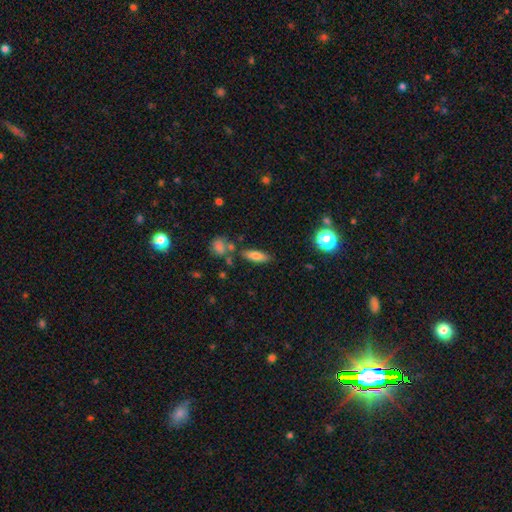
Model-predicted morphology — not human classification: Overall: smooth (75%). How rounded: in between (59%; cigar-shaped 37%). Merging: none (72%).